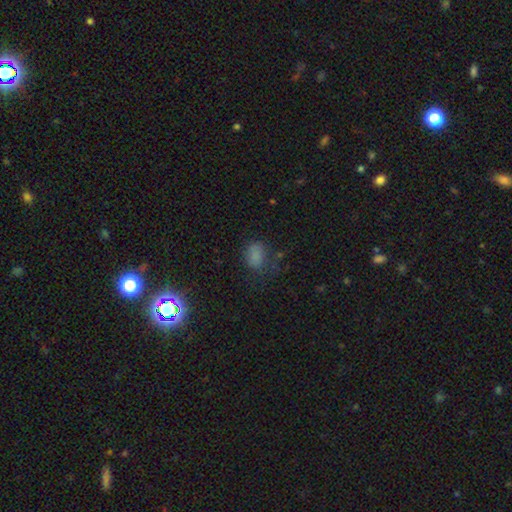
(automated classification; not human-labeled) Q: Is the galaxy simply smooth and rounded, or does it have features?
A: smooth — 74%.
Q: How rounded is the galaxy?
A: in between — 74%.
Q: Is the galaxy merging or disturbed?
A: none — 60%.